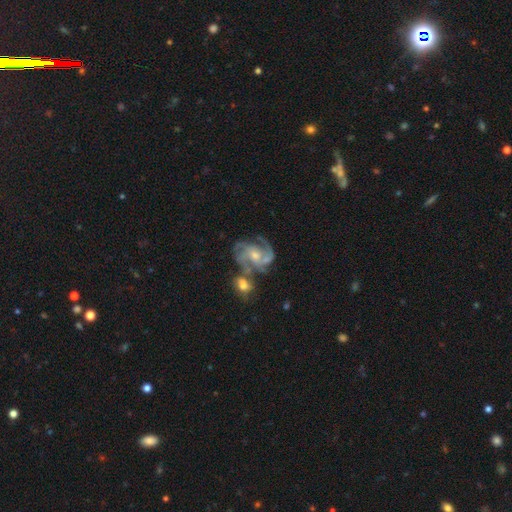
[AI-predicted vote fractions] Smooth or featured: featured or disk — 88% (smooth — 7%)
Edge-on disk: no — 98% (yes — 2%)
Bar: no — 60% (weak — 33%)
Spiral arms: yes — 97% (no — 3%)
Spiral winding: medium — 49% (tight — 38%)
Spiral arm count: 3 — 44% (2 — 17%)
Bulge size: moderate — 52% (small — 40%)
Merging: none — 44% (merger — 24%)